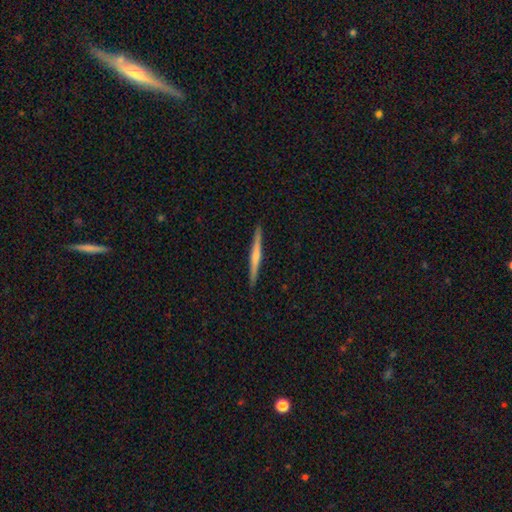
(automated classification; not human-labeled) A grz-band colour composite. It shows a featured or disk galaxy (58%) viewed edge-on (98%) with a rounded central bulge (53%). Merging: none (92%).